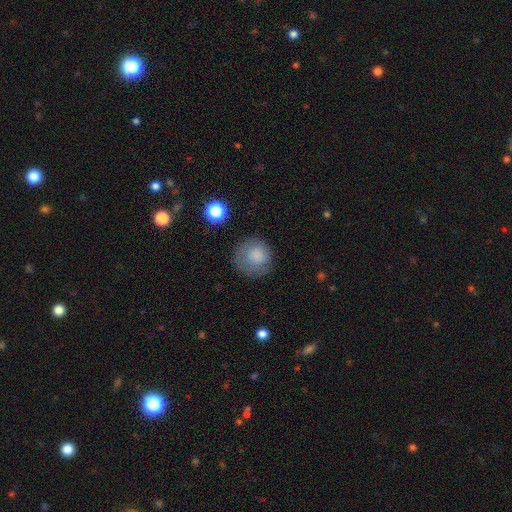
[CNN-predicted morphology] type=smooth (79%); roundness=round (90%); merging=none (71%).